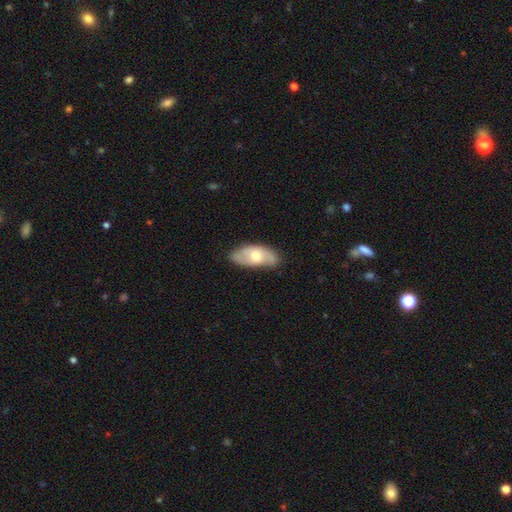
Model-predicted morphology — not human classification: A smooth galaxy with no disk features (58%) that is in between round and cigar-shaped (90%). Merging: none (69%).